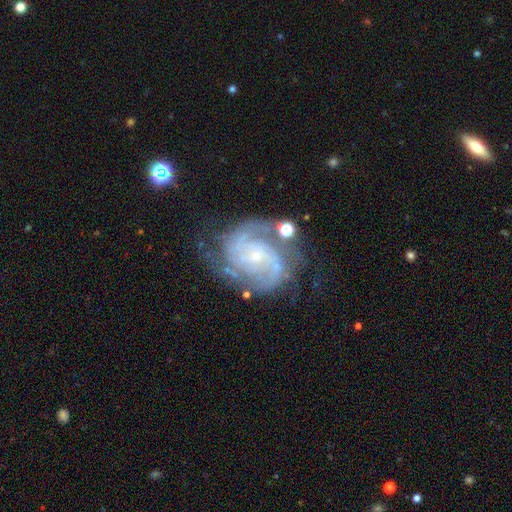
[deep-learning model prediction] This is clearly a featured or disk galaxy (87%). It is clearly not viewed edge-on (98%). Bar: possibly no (53%). Spiral arm pattern: clearly yes (97%). Spiral arm count: possibly 2 (48%). Spiral winding: possibly tight (51%). Central bulge: likely small (80%). Merging: likely none (63%).